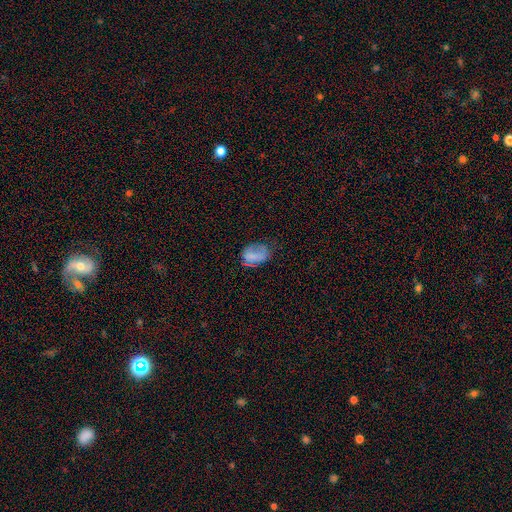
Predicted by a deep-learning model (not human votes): A smooth galaxy with no disk features (70%) that is in between round and cigar-shaped (81%). Merging: none (46%).